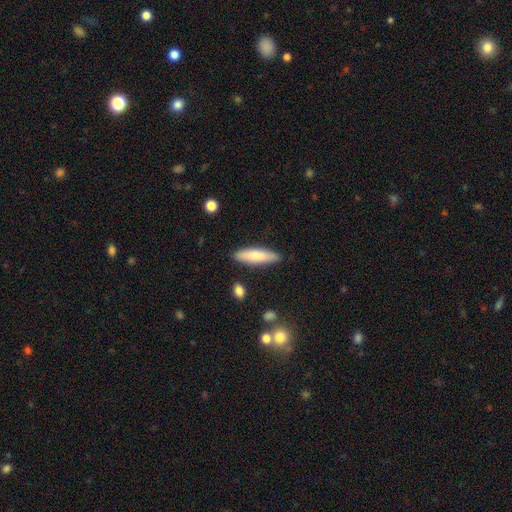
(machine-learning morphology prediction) Overall: smooth (78%). How rounded: cigar-shaped (68%; in between 30%). Merging: none (86%).